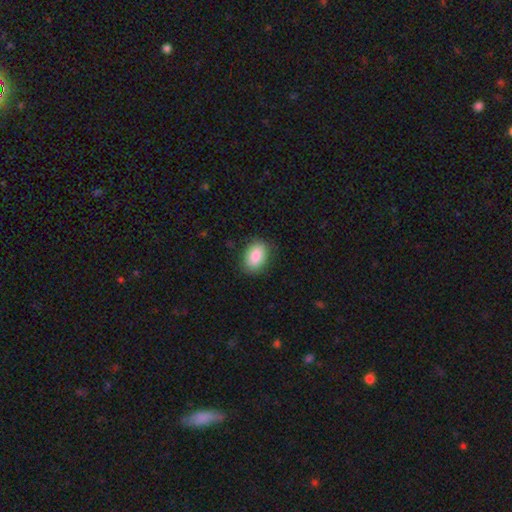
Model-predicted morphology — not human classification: Smooth or featured? Predicted: smooth (p=0.87). How rounded? Predicted: in between (p=0.86). Merging? Predicted: none (p=0.85).